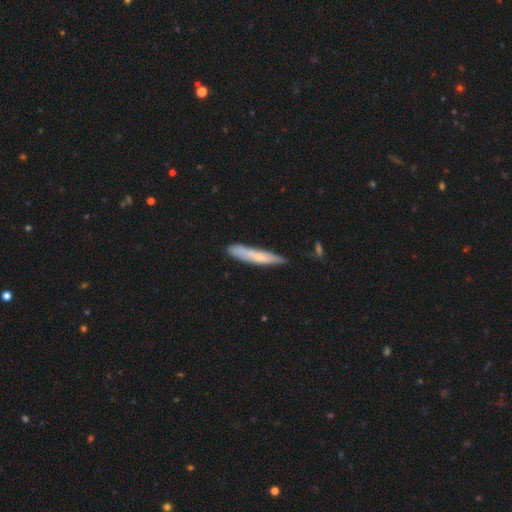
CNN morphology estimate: This is likely a smooth galaxy (60%). How rounded: clearly cigar-shaped (91%). Merging: likely none (72%).